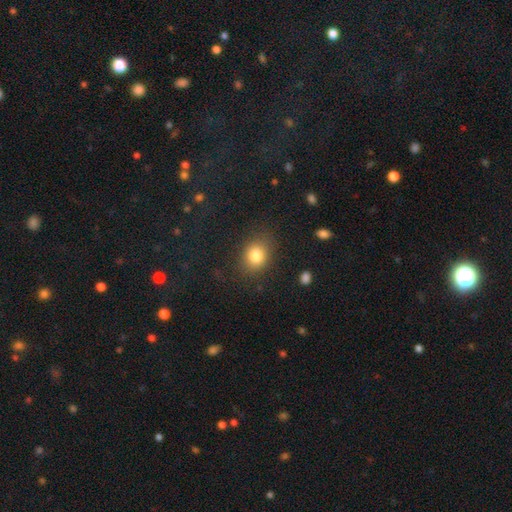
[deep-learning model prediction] Smooth or featured? Predicted: smooth (p=0.81). How rounded? Predicted: round (p=0.54). Merging? Predicted: none (p=0.80).